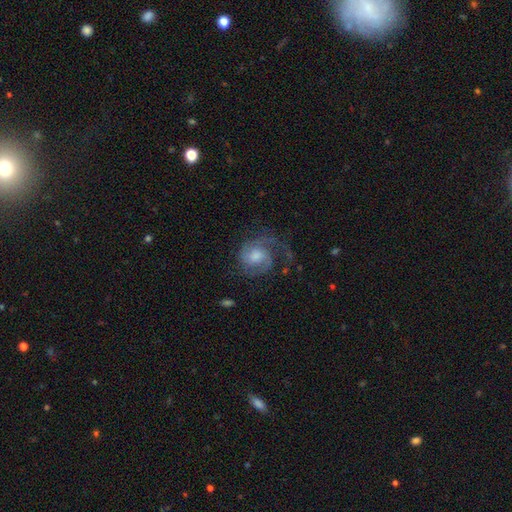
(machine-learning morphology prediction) Smooth or featured?
  - featured or disk: 78% *
  - smooth: 15%
  - star or artifact: 7%
Edge-on disk?
  - no: 98% *
  - yes: 2%
Bar?
  - no: 61% *
  - weak: 35%
  - strong: 5%
Spiral arms?
  - yes: 95% *
  - no: 5%
Spiral winding?
  - medium: 45% *
  - tight: 35%
  - loose: 20%
Spiral arm count?
  - 2: 43% *
  - 1: 31%
  - can't tell: 13%
  - 3: 8%
  - 4: 3%
  - more than 4: 2%
Bulge size?
  - moderate: 50% *
  - small: 21%
  - large: 20%
  - none: 7%
  - dominant: 2%
Merging?
  - none: 58% *
  - major disturbance: 22%
  - minor disturbance: 18%
  - merger: 2%